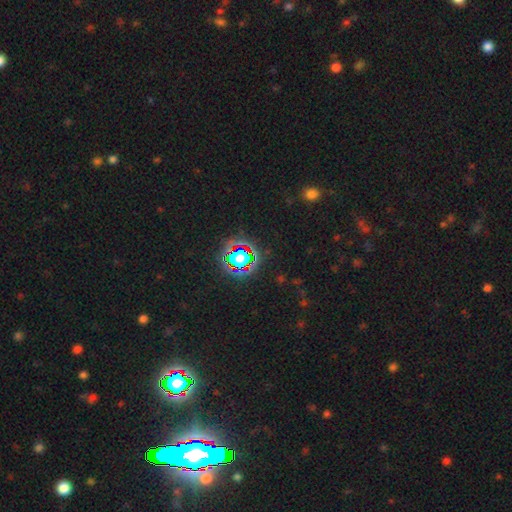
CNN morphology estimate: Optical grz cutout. It shows a star or artifact, not a galaxy (81%).